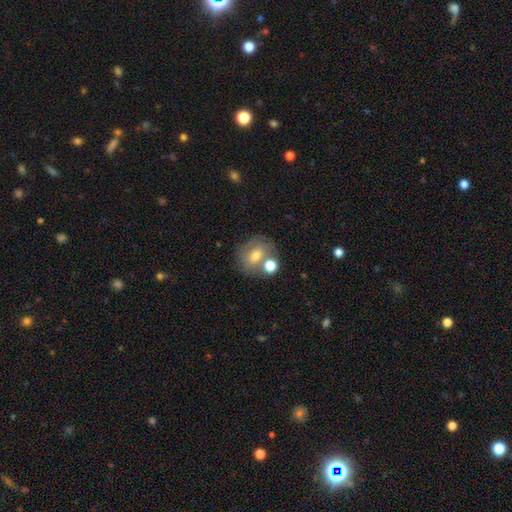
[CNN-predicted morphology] Q: Smooth or featured?
A: smooth (61%); runner-up: featured or disk (29%)
Q: How rounded?
A: round (59%); runner-up: in between (39%)
Q: Merging?
A: none (51%); runner-up: merger (29%)